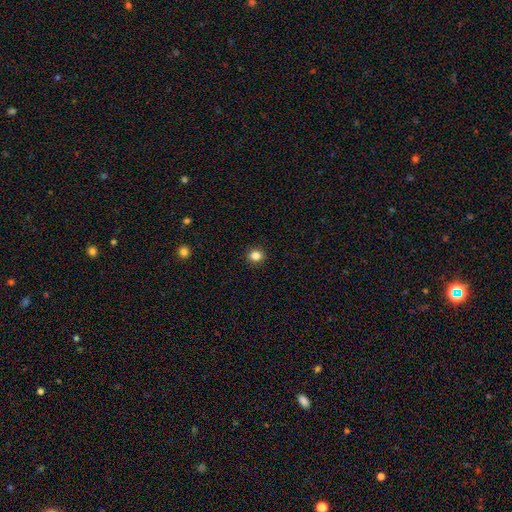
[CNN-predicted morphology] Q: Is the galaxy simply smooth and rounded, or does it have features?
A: smooth — 84%.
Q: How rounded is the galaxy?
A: round — 69%.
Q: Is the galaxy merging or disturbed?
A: none — 91%.